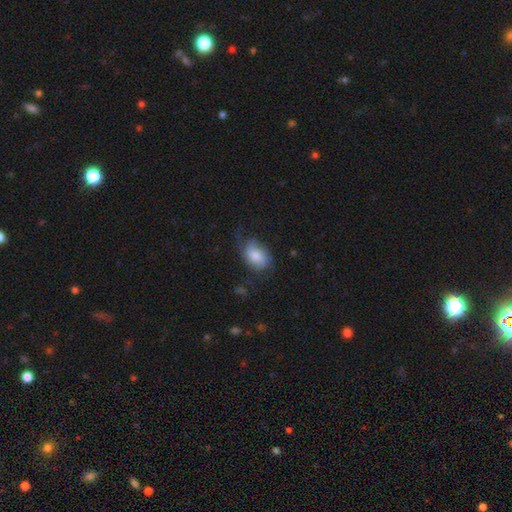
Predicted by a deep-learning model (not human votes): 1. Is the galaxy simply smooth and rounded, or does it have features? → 57% smooth, 35% featured or disk, 8% star or artifact.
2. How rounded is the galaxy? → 84% in between, 15% round, 2% cigar-shaped.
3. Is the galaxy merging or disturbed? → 51% none, 30% minor disturbance, 18% major disturbance, 2% merger.